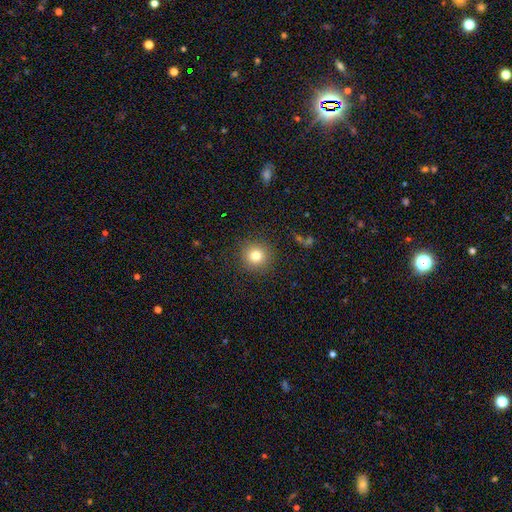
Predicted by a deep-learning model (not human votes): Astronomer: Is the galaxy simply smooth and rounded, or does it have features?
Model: smooth — 80%.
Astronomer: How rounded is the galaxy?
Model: round — 93%.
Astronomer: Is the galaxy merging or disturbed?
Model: none — 90%.